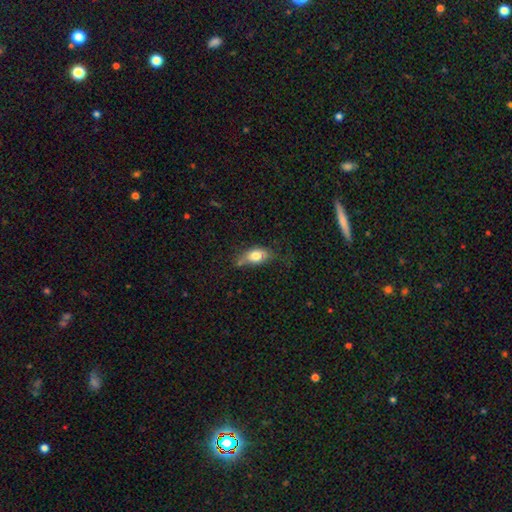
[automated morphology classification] The model was most divided on "merging": none: 44%, minor disturbance: 34%, major disturbance: 13%, merger: 9%. More confident: how rounded — in between (82%); smooth or featured — smooth (76%).